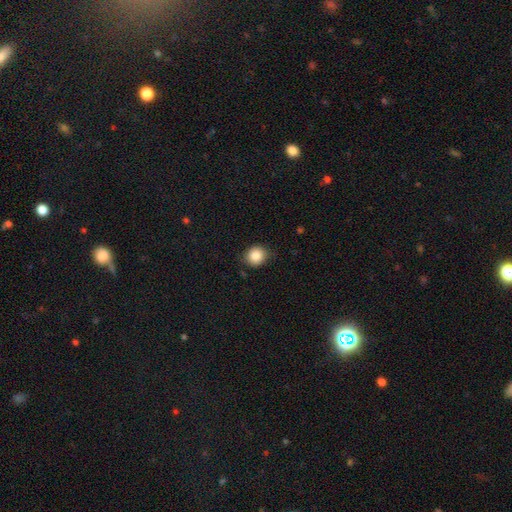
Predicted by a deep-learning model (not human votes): Morphology: type=smooth (86%); roundness=round (82%); merging=none (82%).